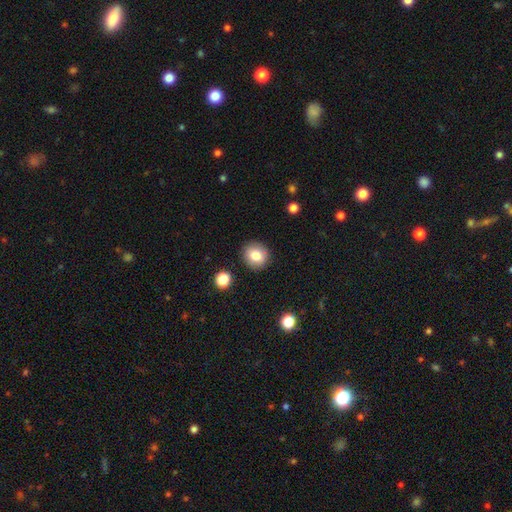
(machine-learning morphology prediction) Smooth or featured: smooth — 82% (star or artifact — 10%)
How rounded: round — 83% (in between — 16%)
Merging: none — 89% (minor disturbance — 7%)